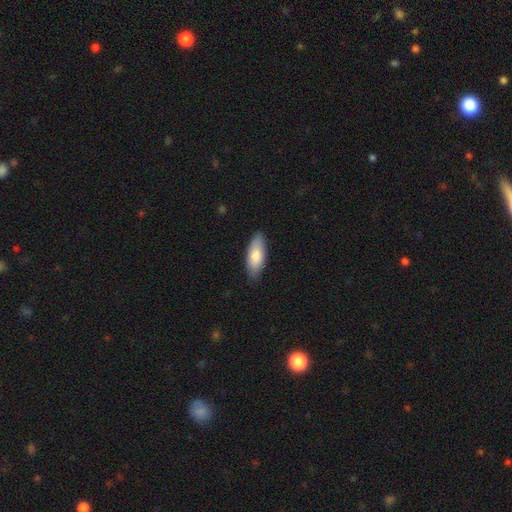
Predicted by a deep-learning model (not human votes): A smooth galaxy with no disk features (83%) that is in between round and cigar-shaped (77%). Merging: none (84%).